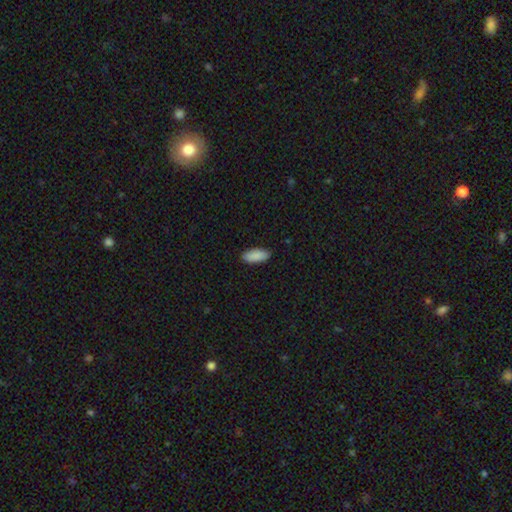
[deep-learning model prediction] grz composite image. It shows a smooth galaxy with no disk features (90%) that is in between round and cigar-shaped (84%). Merging: none (87%).